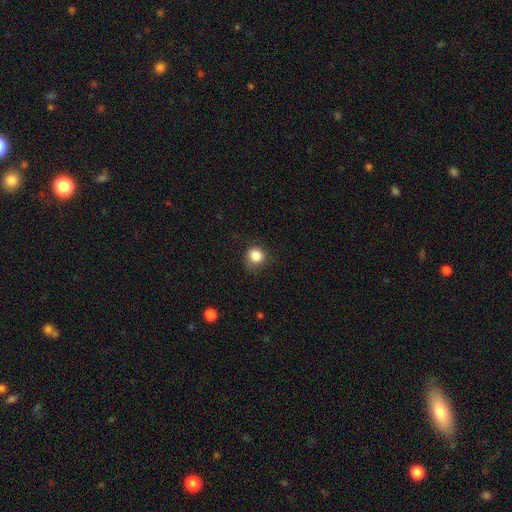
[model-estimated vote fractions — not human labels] A smooth galaxy with no disk features (84%) that is round (86%). Merging: none (75%).